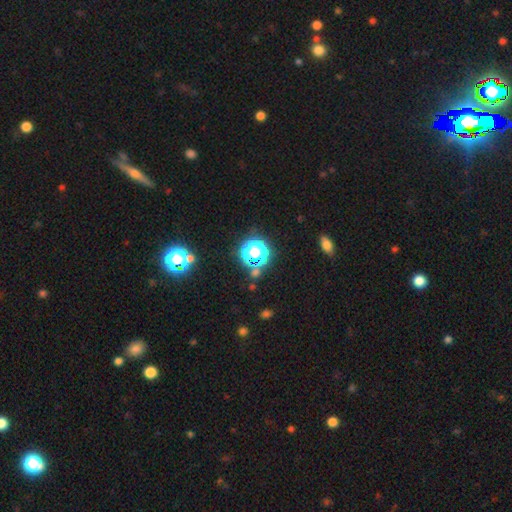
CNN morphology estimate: star or artifact 67%, smooth 24%, featured or disk 8%.